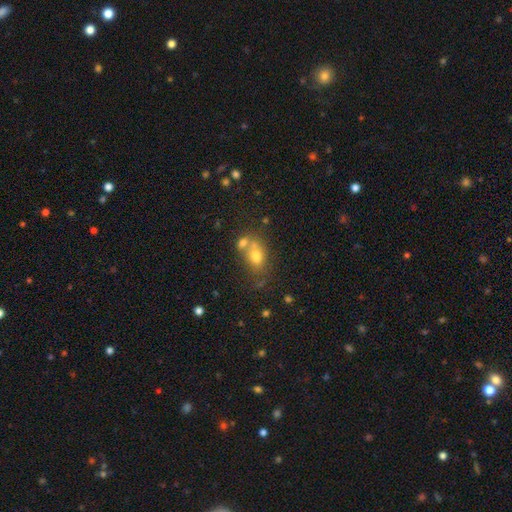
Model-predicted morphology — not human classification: type=smooth (67%); roundness=in between (67%); merging=merger (42%).